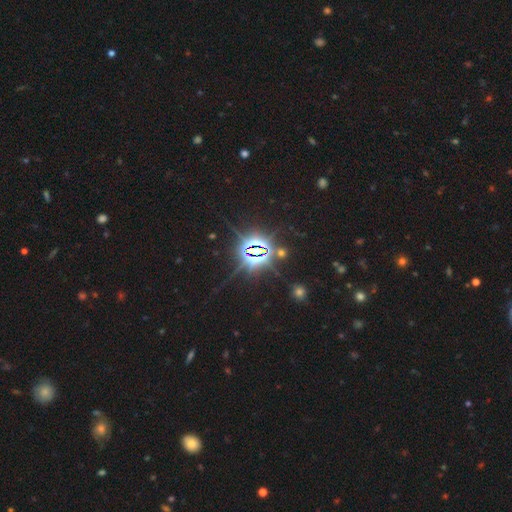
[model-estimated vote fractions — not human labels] A star or artifact, not a galaxy (84%).

Vote fractions:
- Smooth or featured? star or artifact: 84% / featured or disk: 8% / smooth: 8%